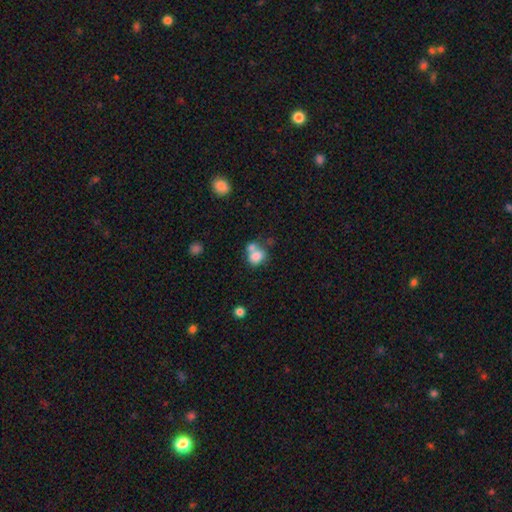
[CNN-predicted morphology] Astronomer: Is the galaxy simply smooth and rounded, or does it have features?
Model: smooth — 78%.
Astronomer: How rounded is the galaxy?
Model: in between — 56% (runner-up: round, 43%).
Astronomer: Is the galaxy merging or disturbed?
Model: merger — 50% (runner-up: none, 34%).